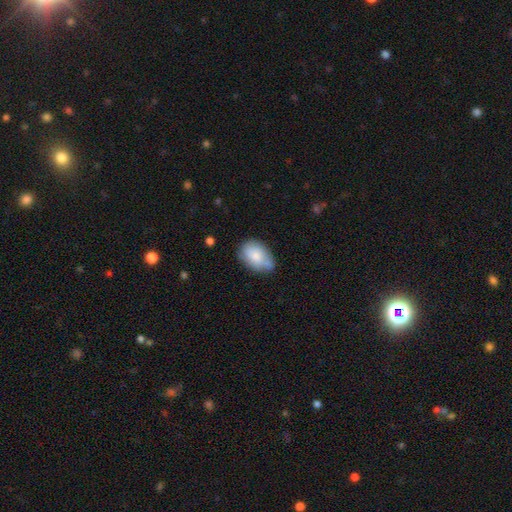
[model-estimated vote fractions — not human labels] Morphology: type=smooth (77%); roundness=in between (86%); merging=none (60%).